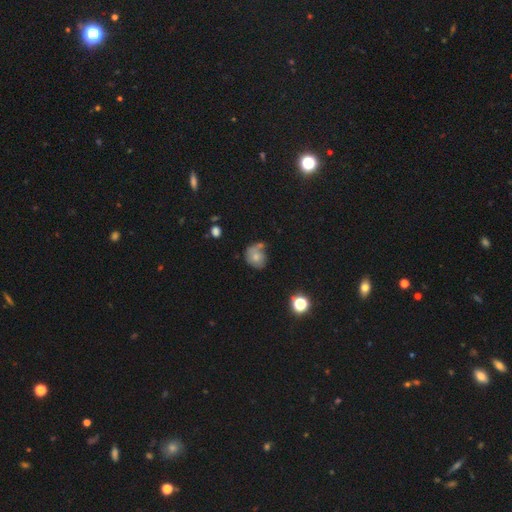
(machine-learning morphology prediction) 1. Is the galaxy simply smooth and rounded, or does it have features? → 66% smooth, 22% featured or disk, 12% star or artifact.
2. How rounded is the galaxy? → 63% round, 36% in between, 1% cigar-shaped.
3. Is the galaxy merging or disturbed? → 45% none, 24% minor disturbance, 21% merger, 10% major disturbance.